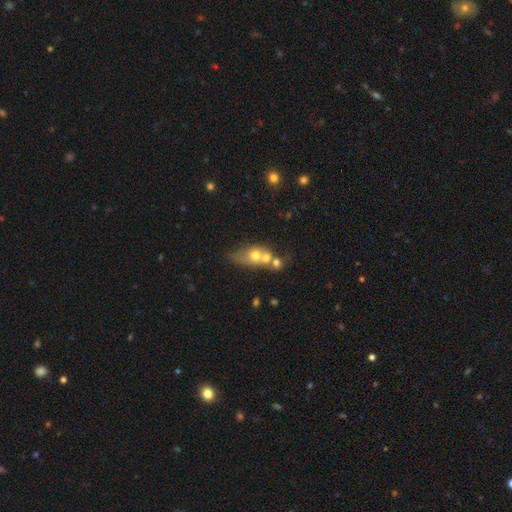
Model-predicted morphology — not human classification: A smooth galaxy with no disk features (59%) that is in between round and cigar-shaped (58%).

Vote fractions:
- Smooth or featured? smooth: 59% / featured or disk: 31% / star or artifact: 11%
- How rounded? in between: 58% / round: 36% / cigar-shaped: 6%
- Merging? merger: 59% / none: 24% / minor disturbance: 10% / major disturbance: 7%